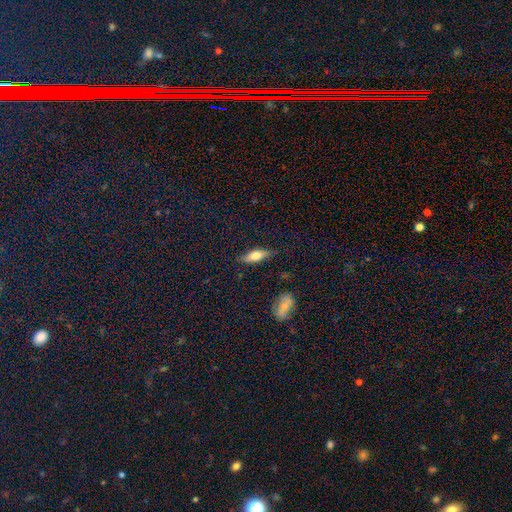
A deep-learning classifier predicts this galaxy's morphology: The model was most divided on "how rounded": in between: 50%, cigar-shaped: 47%, round: 3%. More confident: merging — none (82%); smooth or featured — smooth (57%).